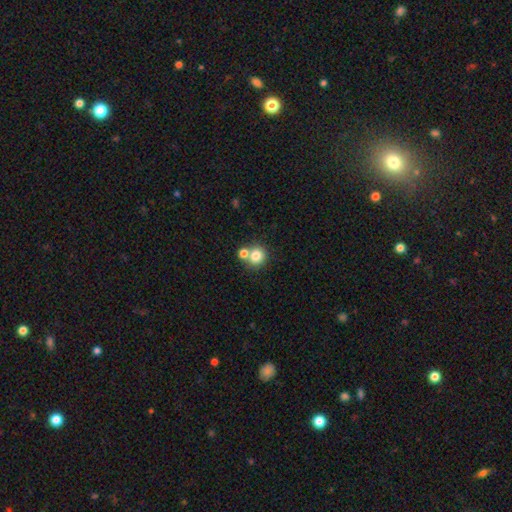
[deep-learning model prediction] smooth 79%, star or artifact 12%, featured or disk 10%. Down the decision tree: how rounded — round (88%); merging — none (58%).